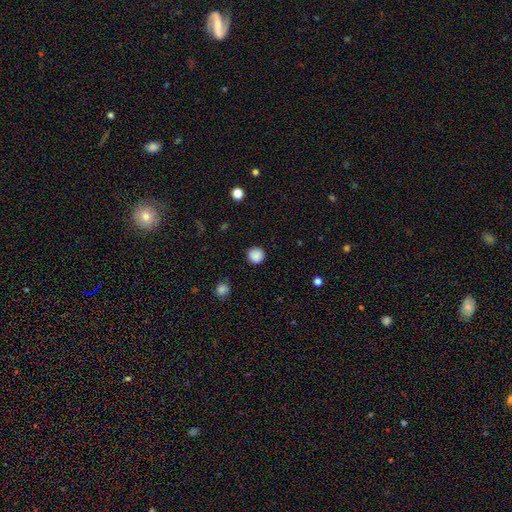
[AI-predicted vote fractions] Morphology: type=smooth (87%); roundness=round (94%); merging=none (91%).